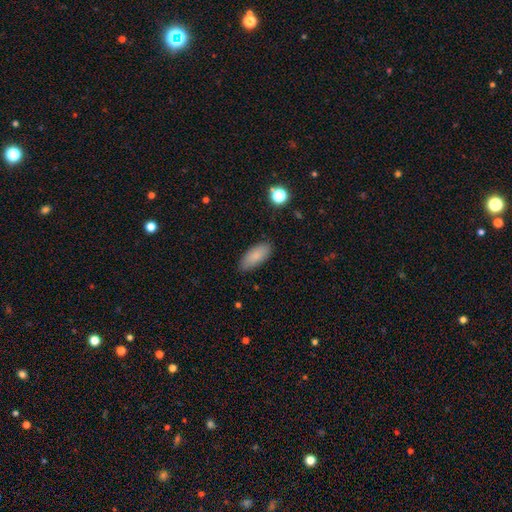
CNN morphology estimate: A smooth galaxy with no disk features (85%) that is in between round and cigar-shaped (82%). Merging: none (86%).